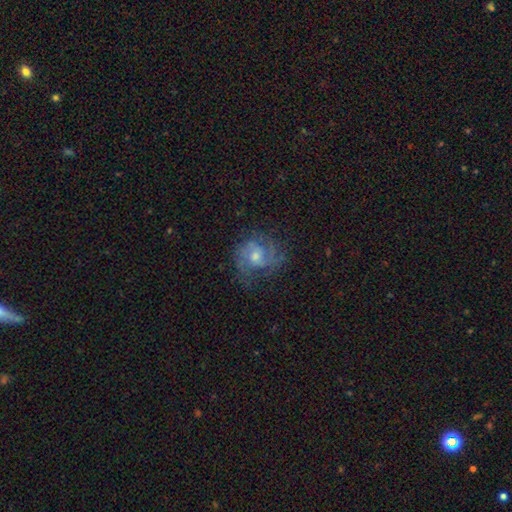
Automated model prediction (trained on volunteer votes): This is likely a featured or disk galaxy (75%). It is clearly not viewed edge-on (98%). Bar: possibly no (60%). Spiral arm pattern: clearly yes (93%). Spiral arm count: possibly 2 (52%). Spiral winding: possibly medium (48%). Central bulge: possibly moderate (53%). Merging: likely none (66%).